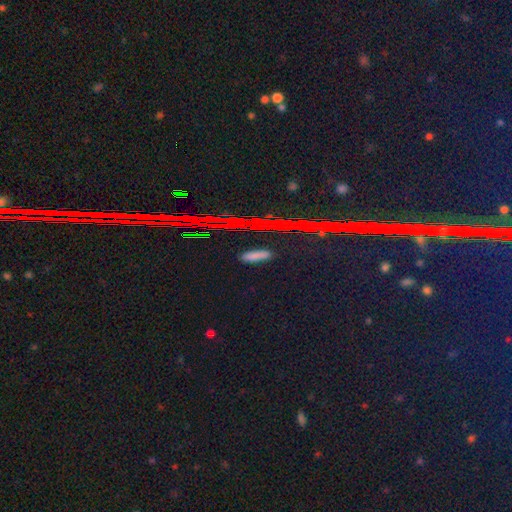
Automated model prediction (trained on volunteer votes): Smooth or featured: smooth — 68% (star or artifact — 24%)
How rounded: cigar-shaped — 56% (in between — 38%)
Merging: none — 88% (minor disturbance — 9%)